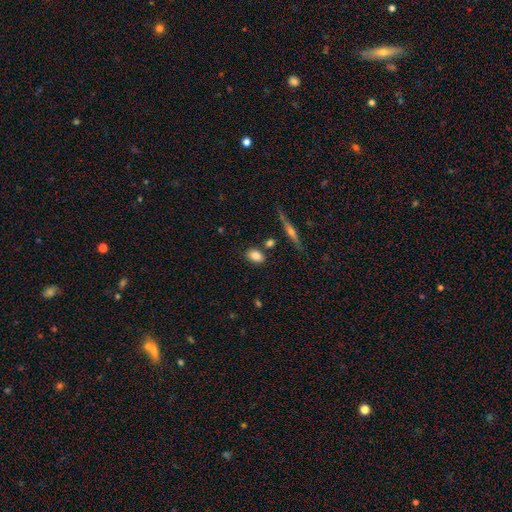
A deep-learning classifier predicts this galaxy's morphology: Smooth or featured?
  - smooth: 81% *
  - featured or disk: 10%
  - star or artifact: 8%
How rounded?
  - in between: 79% *
  - round: 18%
  - cigar-shaped: 3%
Merging?
  - none: 81% *
  - minor disturbance: 11%
  - merger: 6%
  - major disturbance: 3%